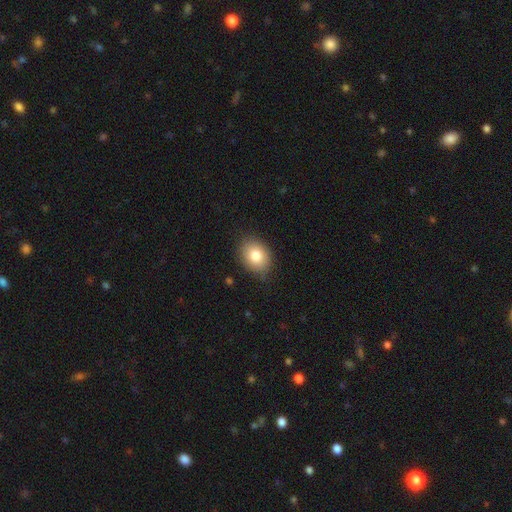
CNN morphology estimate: A smooth galaxy with no disk features (81%) that is in between round and cigar-shaped (63%).

Vote fractions:
- Smooth or featured? smooth: 81% / featured or disk: 10% / star or artifact: 9%
- How rounded? in between: 63% / round: 36% / cigar-shaped: 1%
- Merging? none: 81% / minor disturbance: 15% / major disturbance: 3% / merger: 1%